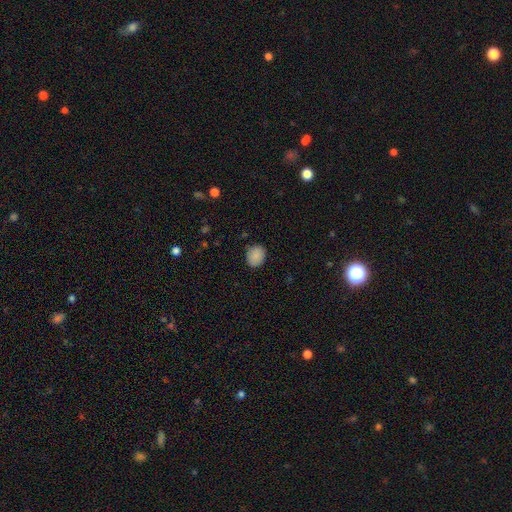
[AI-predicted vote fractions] smooth_or_featured: smooth (p=0.88) [alt: star or artifact p=0.08]
how_rounded: round (p=0.58) [alt: in between p=0.41]
merging: none (p=0.84) [alt: minor disturbance p=0.12]